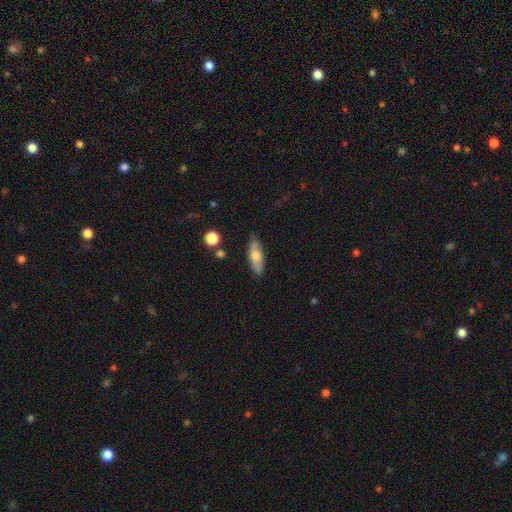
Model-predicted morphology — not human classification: A smooth galaxy with no disk features (62%) that is in between round and cigar-shaped (61%). Merging: none (82%).